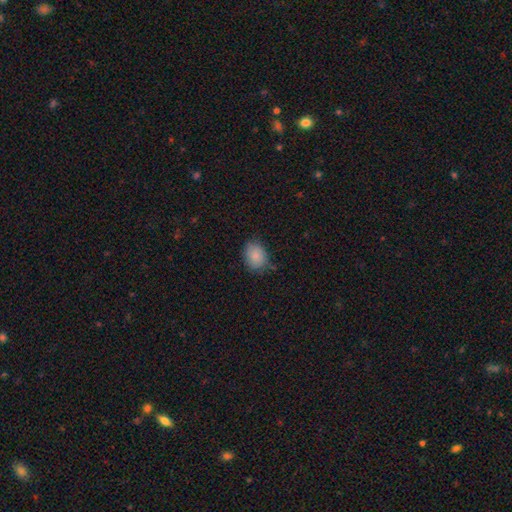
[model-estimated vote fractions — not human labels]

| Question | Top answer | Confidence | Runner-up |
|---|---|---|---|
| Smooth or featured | smooth | 85% | star or artifact (8%) |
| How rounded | in between | 63% | round (36%) |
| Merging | none | 73% | minor disturbance (21%) |